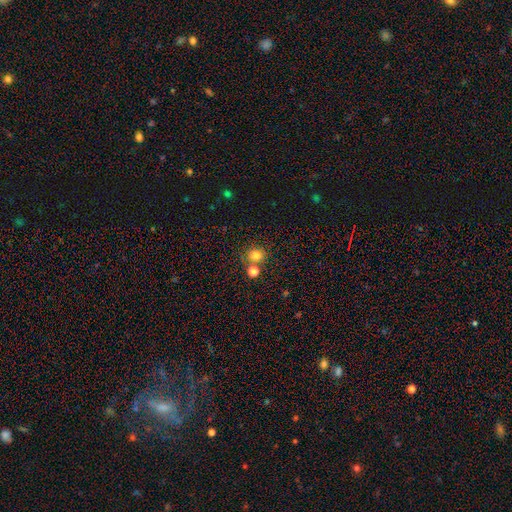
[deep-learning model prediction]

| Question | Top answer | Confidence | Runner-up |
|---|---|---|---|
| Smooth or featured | smooth | 78% | star or artifact (15%) |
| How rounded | round | 84% | in between (15%) |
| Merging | none | 69% | merger (19%) |